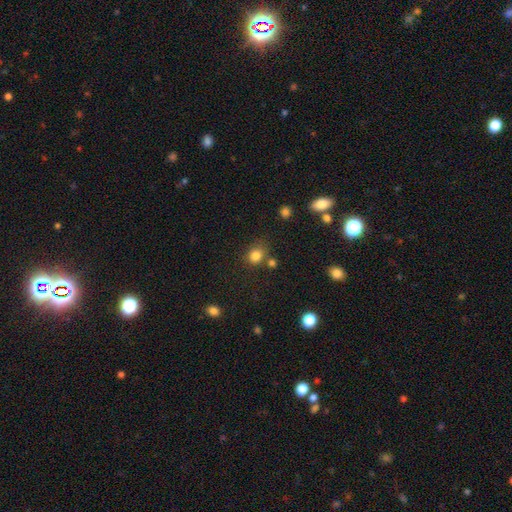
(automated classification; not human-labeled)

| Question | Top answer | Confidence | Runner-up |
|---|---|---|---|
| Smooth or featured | smooth | 82% | star or artifact (12%) |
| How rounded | round | 60% | in between (39%) |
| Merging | none | 66% | minor disturbance (17%) |